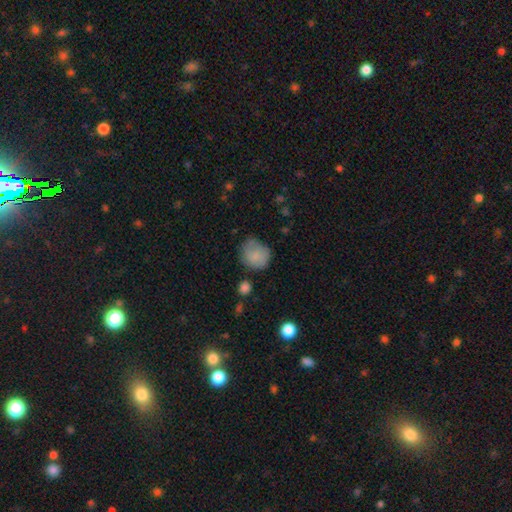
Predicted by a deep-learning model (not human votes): Smooth or featured? Predicted: smooth (p=0.76). How rounded? Predicted: round (p=0.75). Merging? Predicted: none (p=0.59).